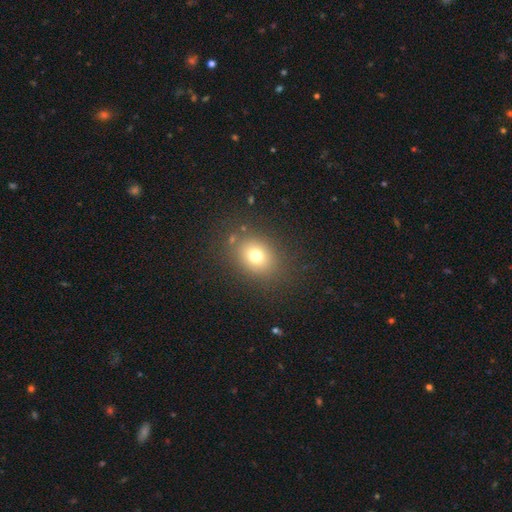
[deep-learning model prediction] Smooth or featured: smooth — 73% (star or artifact — 15%)
How rounded: round — 54% (in between — 45%)
Merging: none — 82% (minor disturbance — 10%)